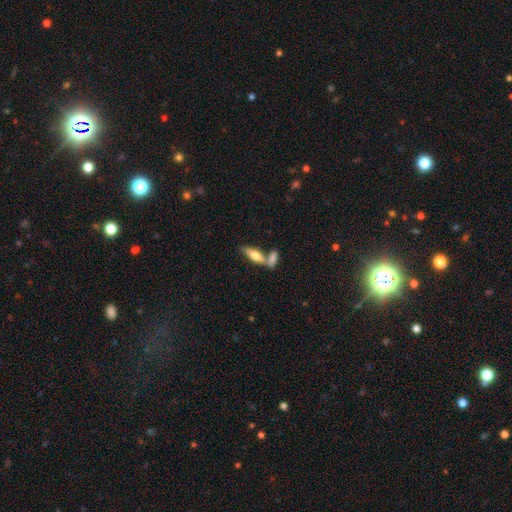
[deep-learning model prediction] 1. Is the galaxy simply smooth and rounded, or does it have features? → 62% smooth, 31% featured or disk, 6% star or artifact.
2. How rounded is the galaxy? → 56% in between, 41% cigar-shaped, 3% round.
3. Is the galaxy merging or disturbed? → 49% none, 38% merger, 10% minor disturbance, 3% major disturbance.